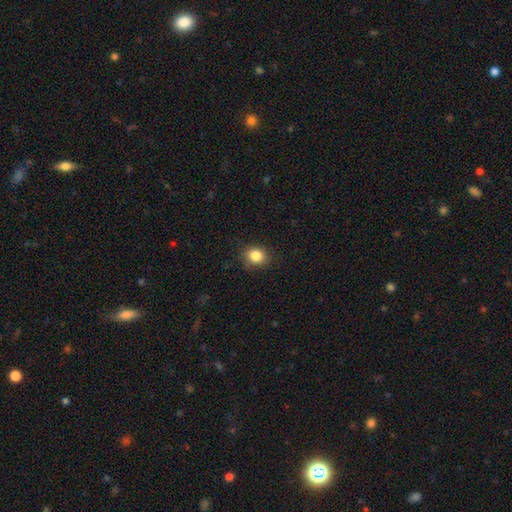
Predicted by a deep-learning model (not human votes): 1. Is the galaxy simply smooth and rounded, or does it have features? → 85% smooth, 10% star or artifact, 5% featured or disk.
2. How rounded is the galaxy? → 74% round, 25% in between, 1% cigar-shaped.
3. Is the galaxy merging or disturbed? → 84% none, 12% minor disturbance, 3% major disturbance, 1% merger.